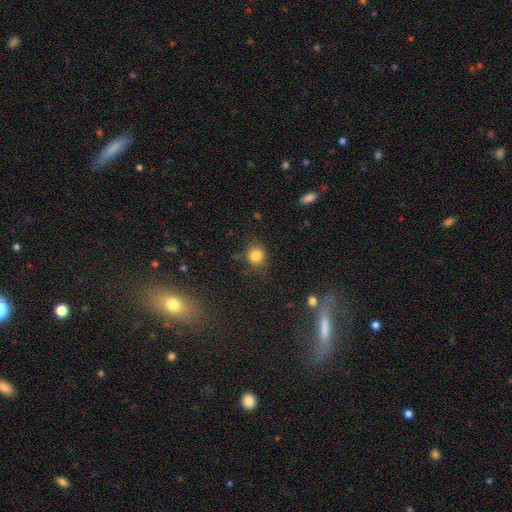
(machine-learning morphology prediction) The model was most divided on "how rounded": round: 81%, in between: 17%, cigar-shaped: 1%. More confident: smooth or featured — smooth (83%); merging — none (80%).